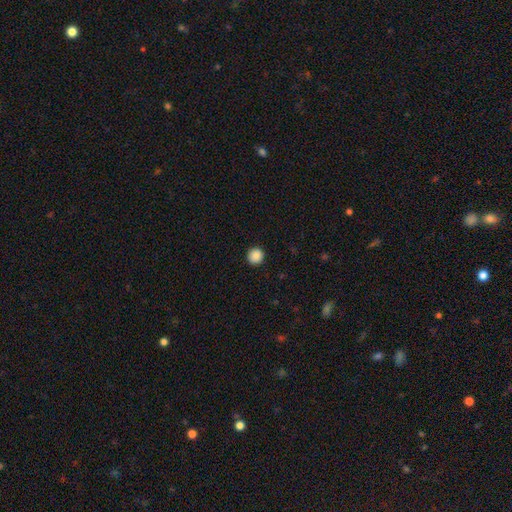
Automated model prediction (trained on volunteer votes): Smooth or featured?
  - smooth: 89% *
  - star or artifact: 9%
  - featured or disk: 2%
How rounded?
  - round: 94% *
  - in between: 5%
  - cigar-shaped: 1%
Merging?
  - none: 92% *
  - minor disturbance: 5%
  - major disturbance: 2%
  - merger: 1%